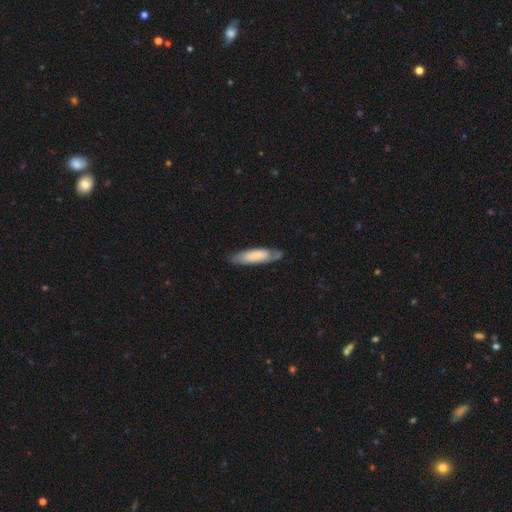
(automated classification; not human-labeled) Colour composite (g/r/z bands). It shows a smooth galaxy with no disk features (58%) that is cigar-shaped (56%). Merging: none (67%).